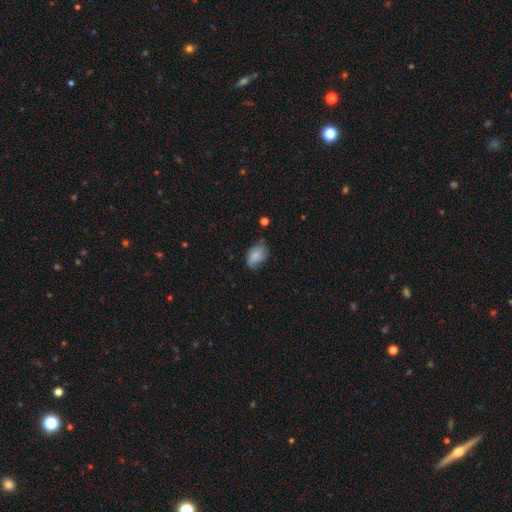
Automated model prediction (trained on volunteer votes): smooth-or-featured: smooth: 74% | featured or disk: 18% | star or artifact: 8%
  how-rounded: in between: 82% | round: 16% | cigar-shaped: 1%
  merging: none: 53% | minor disturbance: 34% | major disturbance: 10% | merger: 3%